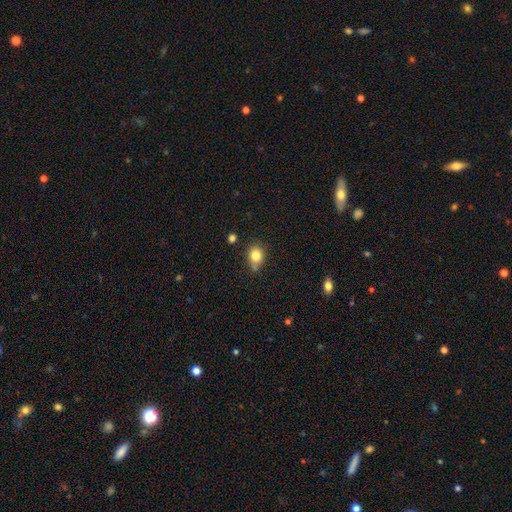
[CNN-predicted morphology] Q: Smooth or featured?
A: smooth (81%); runner-up: star or artifact (11%)
Q: How rounded?
A: round (66%); runner-up: in between (33%)
Q: Merging?
A: none (63%); runner-up: minor disturbance (22%)